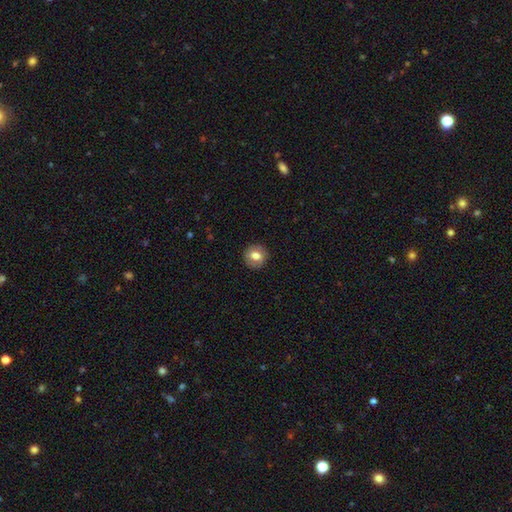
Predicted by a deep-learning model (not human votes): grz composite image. It shows a smooth galaxy with no disk features (71%) that is round (86%). Merging: none (89%).